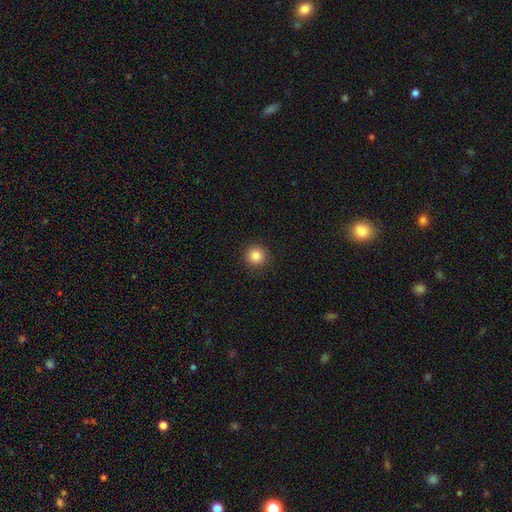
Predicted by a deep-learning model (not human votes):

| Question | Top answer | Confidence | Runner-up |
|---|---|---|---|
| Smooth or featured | smooth | 86% | star or artifact (11%) |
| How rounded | round | 95% | in between (4%) |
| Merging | none | 92% | minor disturbance (5%) |